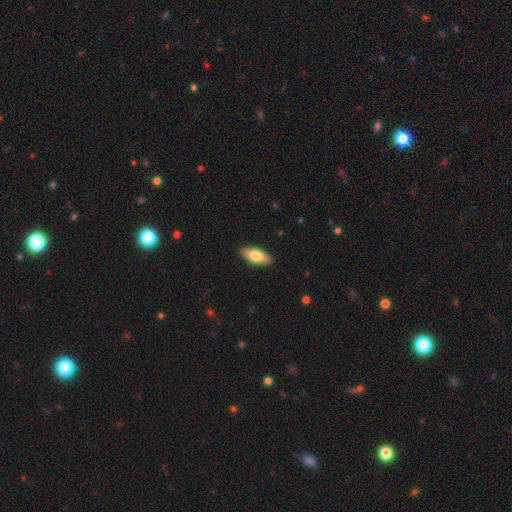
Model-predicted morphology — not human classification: Smooth or featured: smooth — 75% (featured or disk — 19%)
How rounded: in between — 84% (cigar-shaped — 13%)
Merging: none — 89% (minor disturbance — 8%)